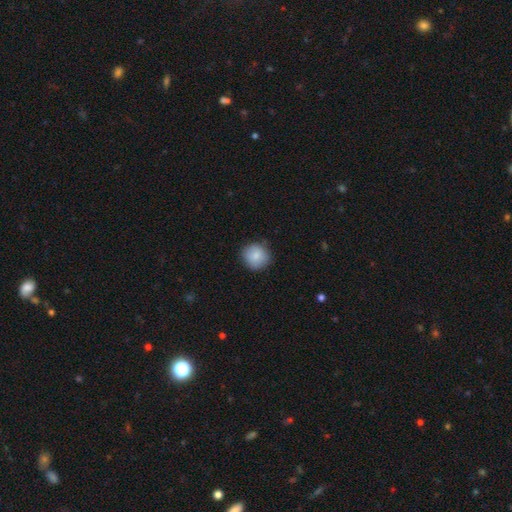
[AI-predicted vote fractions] Overall: smooth (86%). How rounded: round (91%). Merging: none (85%).